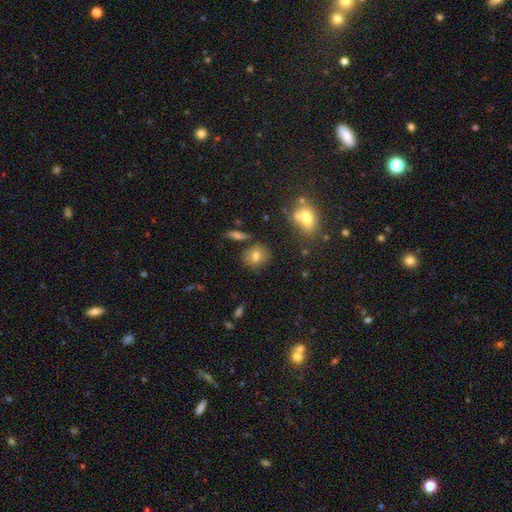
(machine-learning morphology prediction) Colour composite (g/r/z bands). It shows a smooth galaxy with no disk features (76%) that is round (71%). Merging: none (77%).